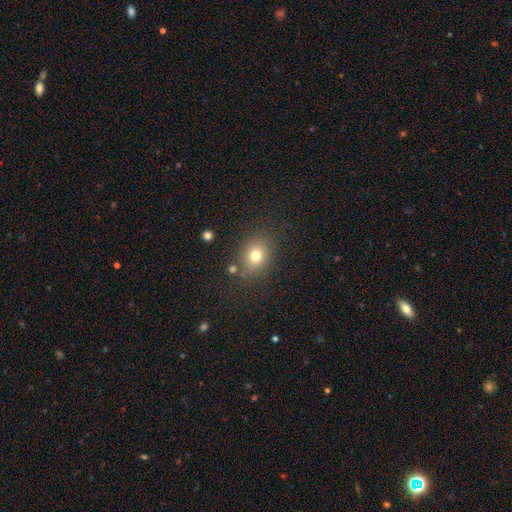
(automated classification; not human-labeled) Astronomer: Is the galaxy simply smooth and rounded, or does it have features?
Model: smooth — 76%.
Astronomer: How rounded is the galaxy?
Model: round — 55% (runner-up: in between, 44%).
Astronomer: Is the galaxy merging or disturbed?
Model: none — 79%.